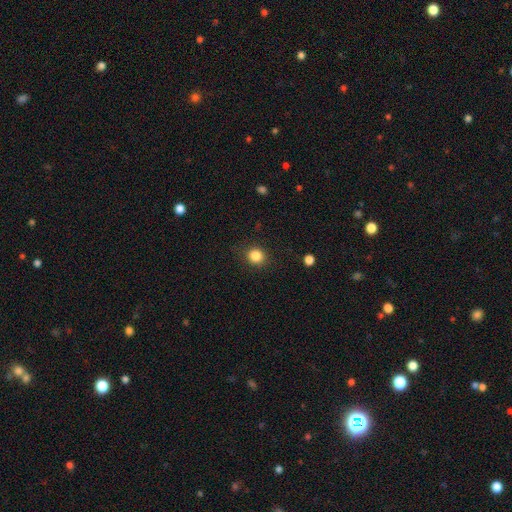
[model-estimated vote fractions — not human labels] Morphology: type=smooth (85%); roundness=round (86%); merging=none (88%).